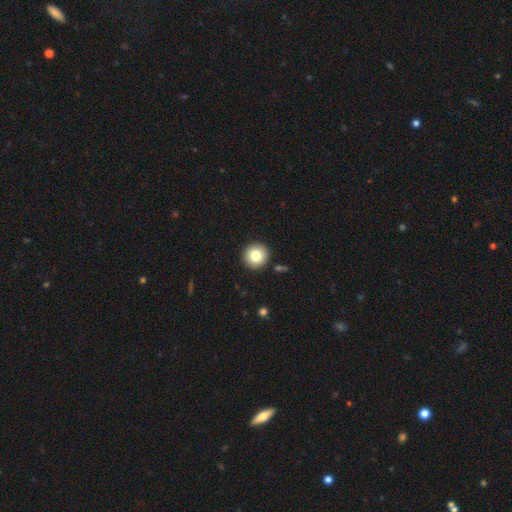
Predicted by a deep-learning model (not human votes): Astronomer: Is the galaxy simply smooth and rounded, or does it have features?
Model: smooth — 80%.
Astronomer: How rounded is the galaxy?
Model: round — 95%.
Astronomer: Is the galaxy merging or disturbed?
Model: none — 92%.